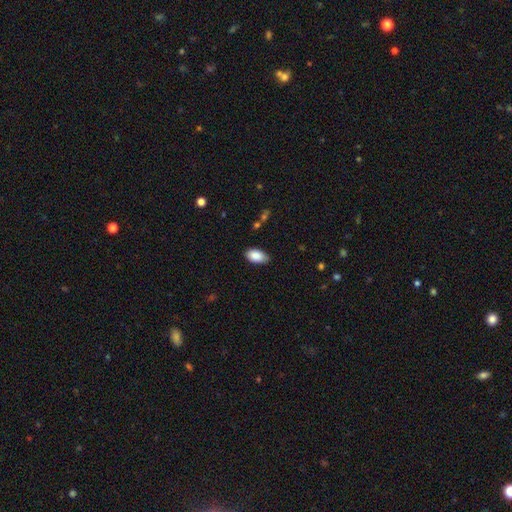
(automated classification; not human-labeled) Morphology: type=smooth (88%); roundness=in between (94%); merging=none (81%).